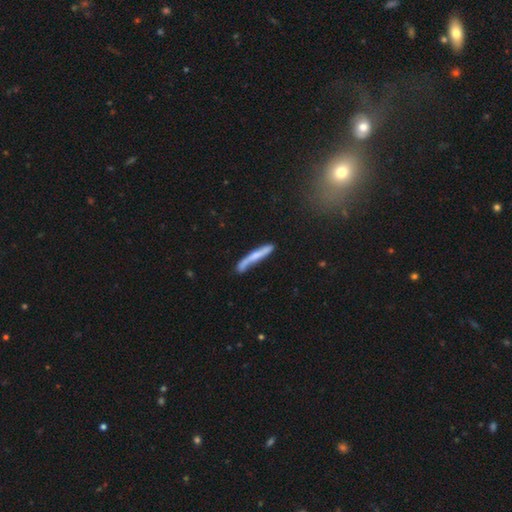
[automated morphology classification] smooth_or_featured: featured or disk (p=0.48) [alt: smooth p=0.46]
merging: none (p=0.63) [alt: minor disturbance p=0.24]